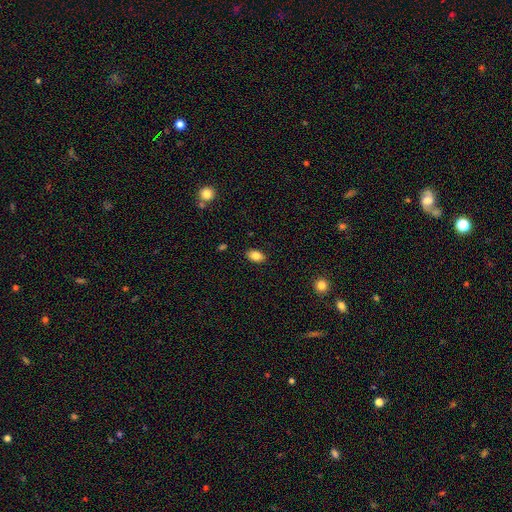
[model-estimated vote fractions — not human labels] smooth_or_featured: smooth (p=0.84) [alt: star or artifact p=0.08]
how_rounded: in between (p=0.89) [alt: round p=0.10]
merging: none (p=0.88) [alt: minor disturbance p=0.09]